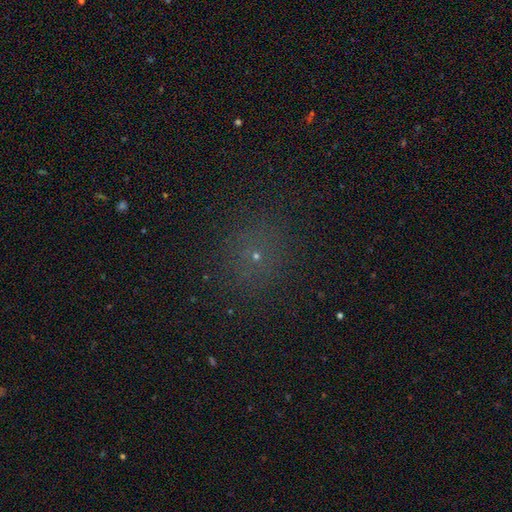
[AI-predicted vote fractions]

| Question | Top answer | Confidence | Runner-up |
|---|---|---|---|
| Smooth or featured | smooth | 51% | star or artifact (39%) |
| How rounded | round | 89% | in between (10%) |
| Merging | none | 85% | minor disturbance (9%) |